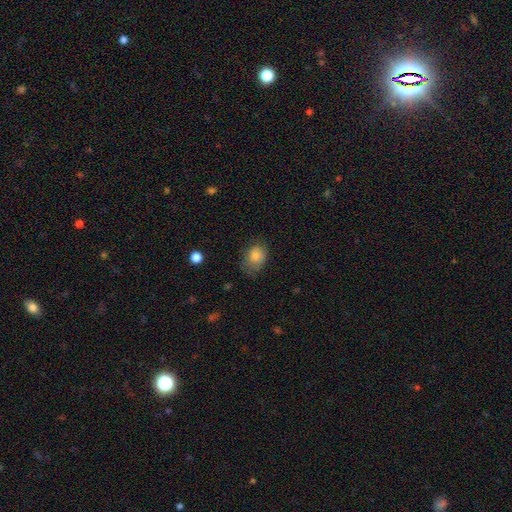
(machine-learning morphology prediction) Q: Smooth or featured?
A: smooth (82%); runner-up: featured or disk (9%)
Q: How rounded?
A: in between (63%); runner-up: round (36%)
Q: Merging?
A: none (59%); runner-up: minor disturbance (29%)